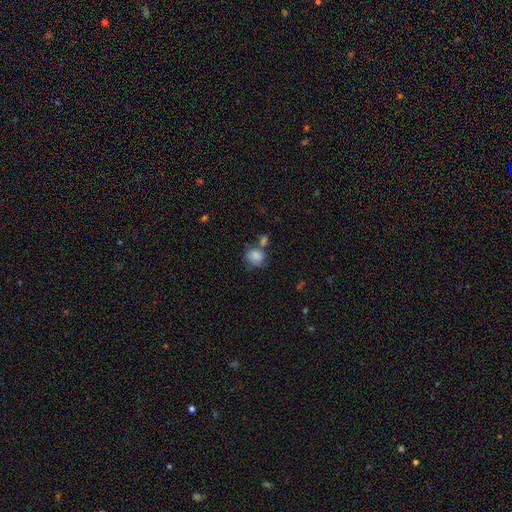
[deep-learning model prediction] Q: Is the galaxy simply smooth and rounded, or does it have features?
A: smooth — 77%.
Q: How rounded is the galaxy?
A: round — 63%.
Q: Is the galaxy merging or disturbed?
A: none — 42%.